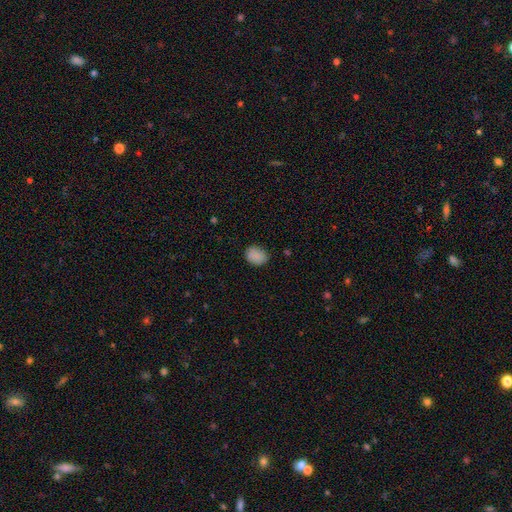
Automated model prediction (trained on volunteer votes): Smooth or featured? smooth (87%)
How rounded? in between (57%)
Merging? none (78%)